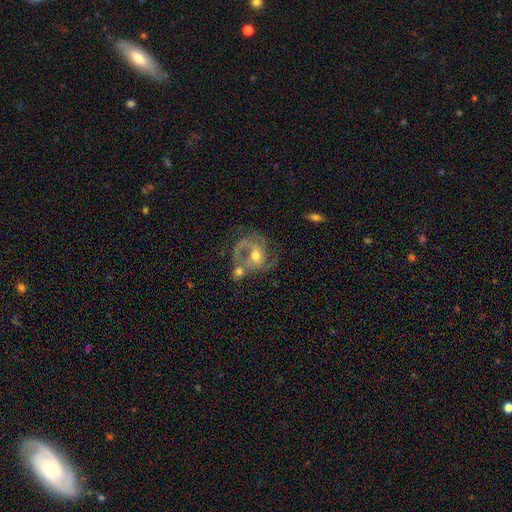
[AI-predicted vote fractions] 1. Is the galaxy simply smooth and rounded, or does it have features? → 81% featured or disk, 12% smooth, 7% star or artifact.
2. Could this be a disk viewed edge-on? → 98% no, 2% yes.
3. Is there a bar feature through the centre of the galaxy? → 50% no, 40% weak, 11% strong.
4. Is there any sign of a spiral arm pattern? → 91% yes, 9% no.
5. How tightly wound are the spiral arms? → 51% medium, 28% tight, 21% loose.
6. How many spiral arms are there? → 49% 2, 17% 1, 16% 3, 13% can't tell, 3% 4, 3% more than 4.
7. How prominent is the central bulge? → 71% moderate, 18% small, 8% large, 2% none, 1% dominant.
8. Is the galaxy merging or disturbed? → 37% none, 26% merger, 20% major disturbance, 17% minor disturbance.